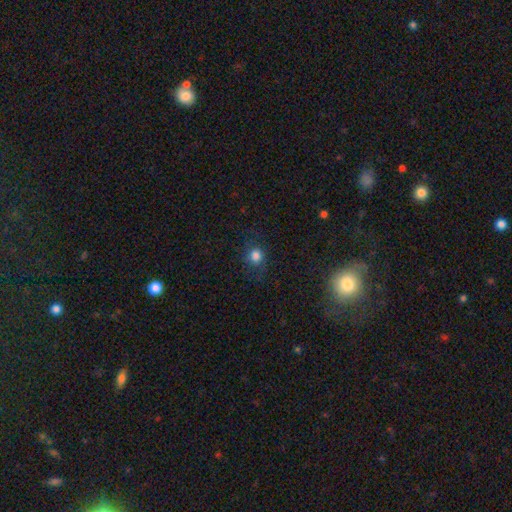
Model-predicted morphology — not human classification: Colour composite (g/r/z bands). It shows a smooth galaxy with no disk features (79%) that is round (83%). Merging: none (75%).